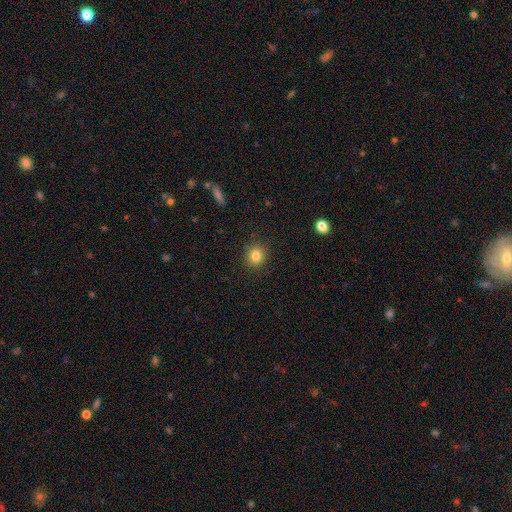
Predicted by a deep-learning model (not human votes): Q: Smooth or featured?
A: smooth (83%); runner-up: star or artifact (11%)
Q: How rounded?
A: round (80%); runner-up: in between (19%)
Q: Merging?
A: none (89%); runner-up: minor disturbance (8%)